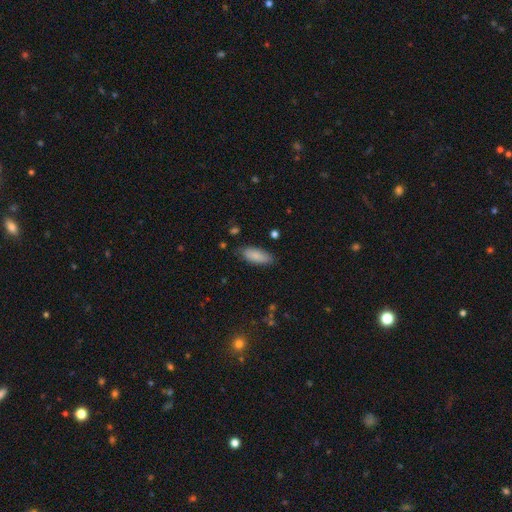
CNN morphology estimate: smooth_or_featured: smooth (p=0.85) [alt: featured or disk p=0.09]
how_rounded: in between (p=0.79) [alt: cigar-shaped p=0.19]
merging: none (p=0.80) [alt: minor disturbance p=0.16]